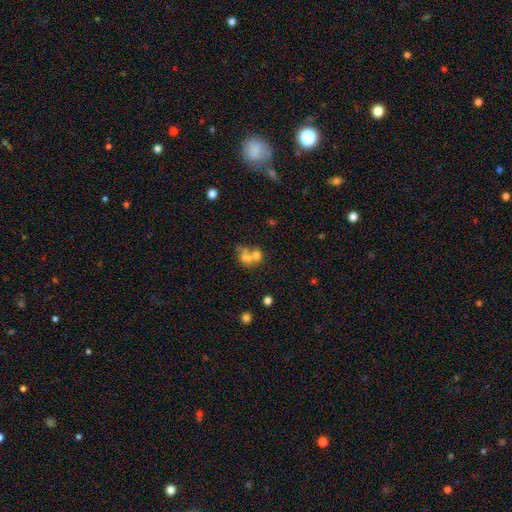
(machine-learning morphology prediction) smooth-or-featured: smooth: 60% | featured or disk: 25% | star or artifact: 15%
  how-rounded: round: 60% | in between: 39% | cigar-shaped: 1%
  merging: merger: 62% | none: 24% | minor disturbance: 7% | major disturbance: 6%